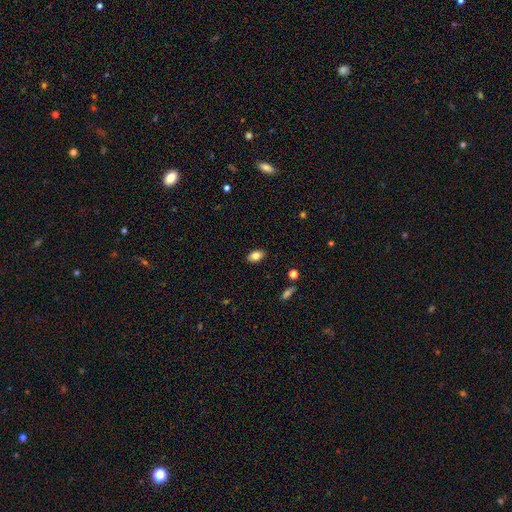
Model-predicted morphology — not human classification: This is clearly a smooth galaxy (82%). How rounded: clearly in between (88%). Merging: clearly none (87%).